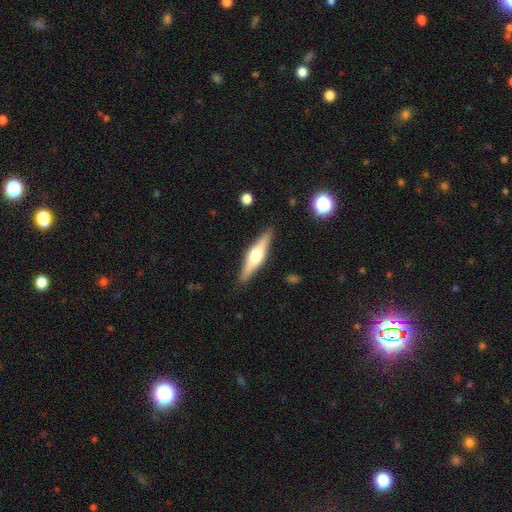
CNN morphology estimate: smooth_or_featured: featured or disk (p=0.64) [alt: smooth p=0.30]
disk_edge_on: yes (p=0.96) [alt: no p=0.04]
edge_on_bulge: rounded (p=0.93) [alt: boxy p=0.05]
merging: none (p=0.89) [alt: minor disturbance p=0.08]